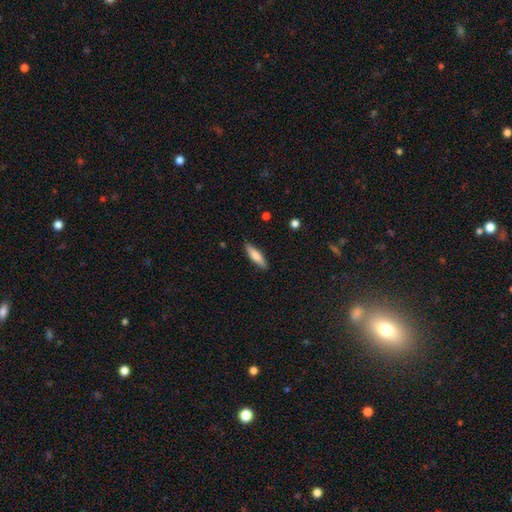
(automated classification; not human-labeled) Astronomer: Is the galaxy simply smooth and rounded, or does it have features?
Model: smooth — 71%.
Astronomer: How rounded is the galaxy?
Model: cigar-shaped — 70%.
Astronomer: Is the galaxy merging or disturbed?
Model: none — 89%.